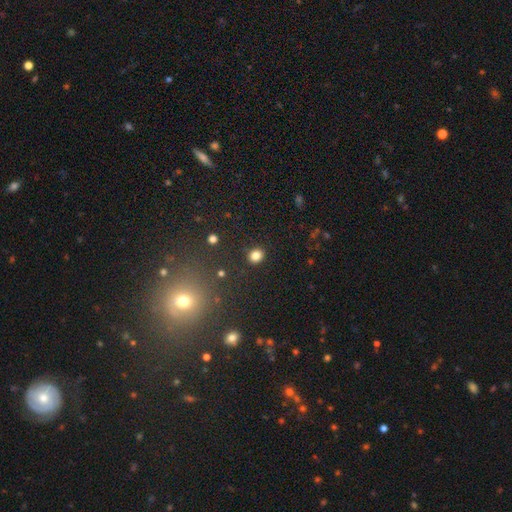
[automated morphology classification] This appears to be a smooth galaxy with no disk features (83%) that is round (69%). Merging: none (88%).